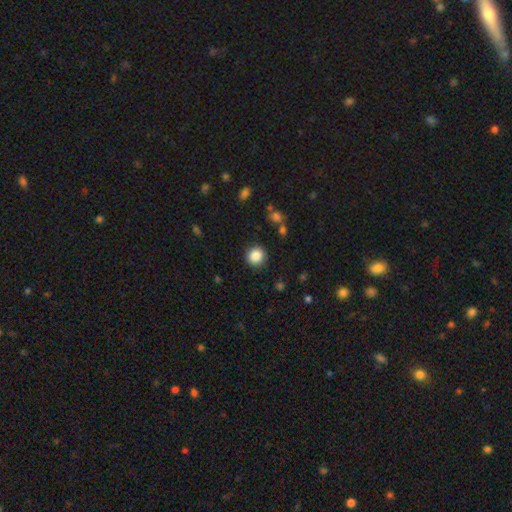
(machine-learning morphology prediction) A smooth galaxy with no disk features (86%) that is round (91%). Merging: none (89%).